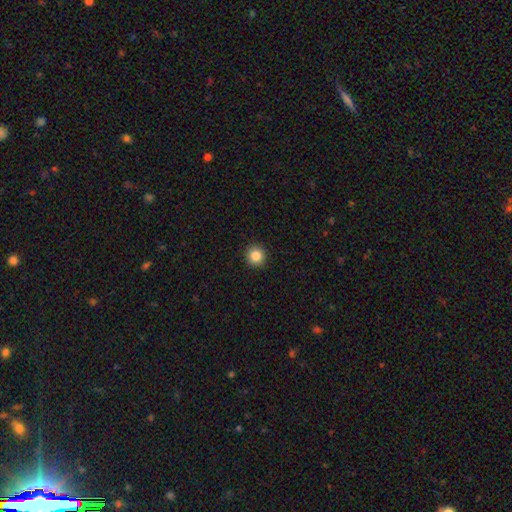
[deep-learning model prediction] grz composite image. It shows a smooth galaxy with no disk features (86%) that is round (94%). Merging: none (93%).